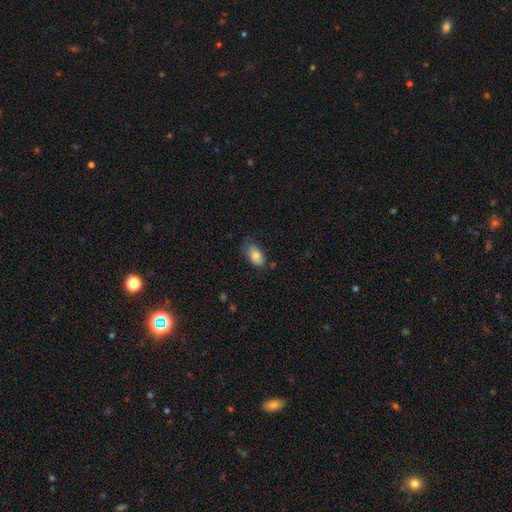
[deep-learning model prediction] Smooth or featured? Predicted: smooth (p=0.81). How rounded? Predicted: in between (p=0.92). Merging? Predicted: none (p=0.59).